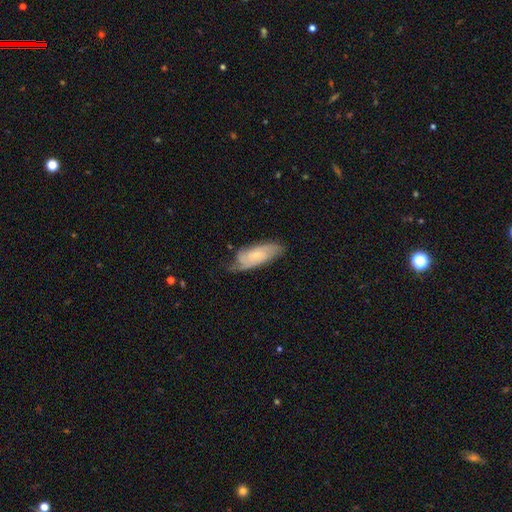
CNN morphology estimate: type=featured or disk (60%); edge-on=no (88%); bar=no (70%); spiral arms=yes (90%); bulge=small (62%); merging=none (60%).